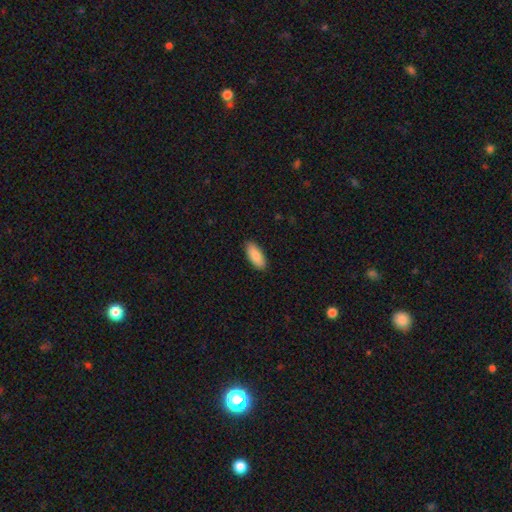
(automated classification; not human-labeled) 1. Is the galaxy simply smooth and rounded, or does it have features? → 88% smooth, 7% featured or disk, 6% star or artifact.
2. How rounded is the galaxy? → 83% in between, 16% cigar-shaped, 2% round.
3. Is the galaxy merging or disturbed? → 89% none, 8% minor disturbance, 2% major disturbance, 1% merger.